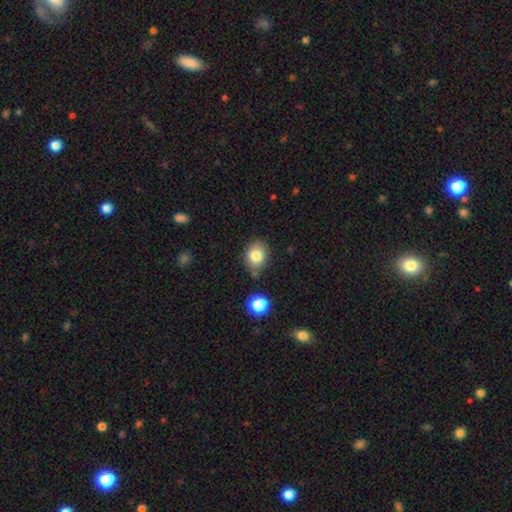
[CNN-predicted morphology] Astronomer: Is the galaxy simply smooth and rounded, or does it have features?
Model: smooth — 82%.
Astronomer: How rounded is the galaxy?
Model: in between — 54% (runner-up: round, 45%).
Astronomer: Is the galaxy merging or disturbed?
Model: none — 72%.